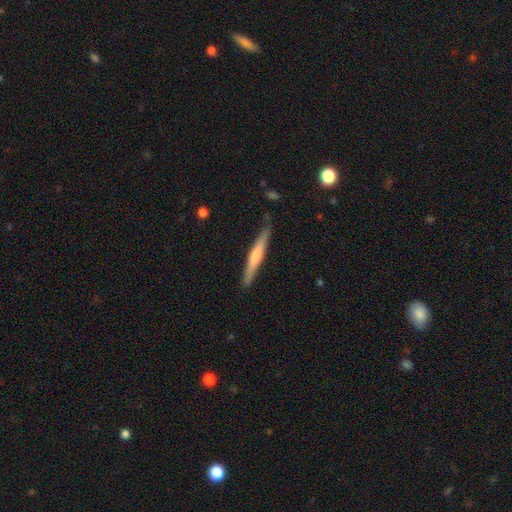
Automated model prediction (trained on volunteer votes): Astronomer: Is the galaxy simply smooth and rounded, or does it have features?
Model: featured or disk — 60%.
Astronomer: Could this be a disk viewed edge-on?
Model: yes — 97%.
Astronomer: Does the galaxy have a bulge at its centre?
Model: rounded — 64%.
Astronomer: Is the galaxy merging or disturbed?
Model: none — 89%.